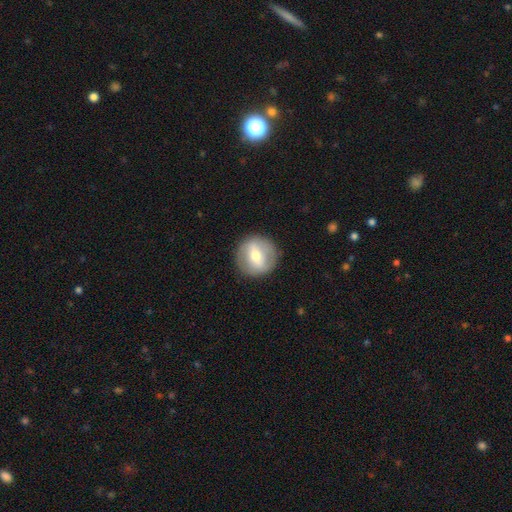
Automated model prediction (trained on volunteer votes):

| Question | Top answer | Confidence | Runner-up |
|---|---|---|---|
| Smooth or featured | featured or disk | 50% | smooth (43%) |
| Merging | none | 88% | minor disturbance (8%) |